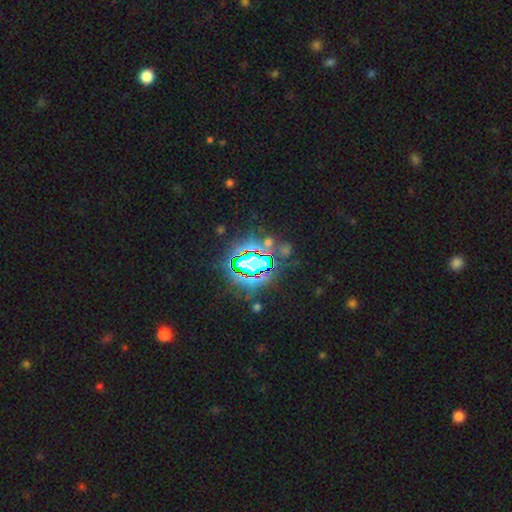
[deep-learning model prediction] smooth_or_featured: star or artifact (p=0.79) [alt: smooth p=0.12]